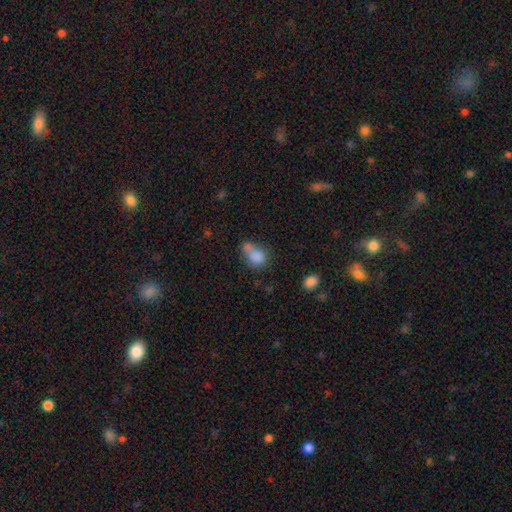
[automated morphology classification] A smooth galaxy with no disk features (80%) that is in between round and cigar-shaped (53%). Merging: merger (46%).